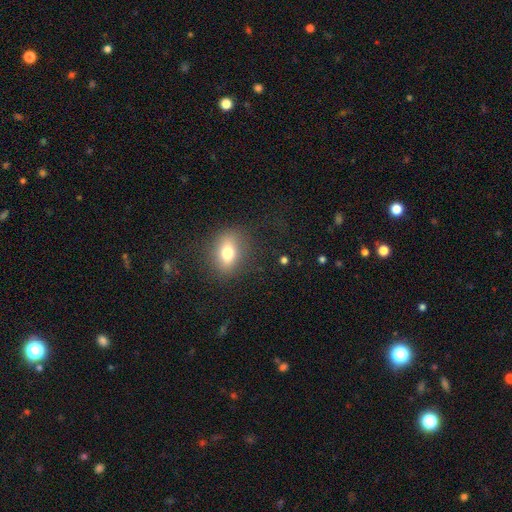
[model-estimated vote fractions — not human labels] The model was most divided on "how rounded": in between: 65%, round: 32%, cigar-shaped: 4%. More confident: merging — none (84%); smooth or featured — smooth (64%).